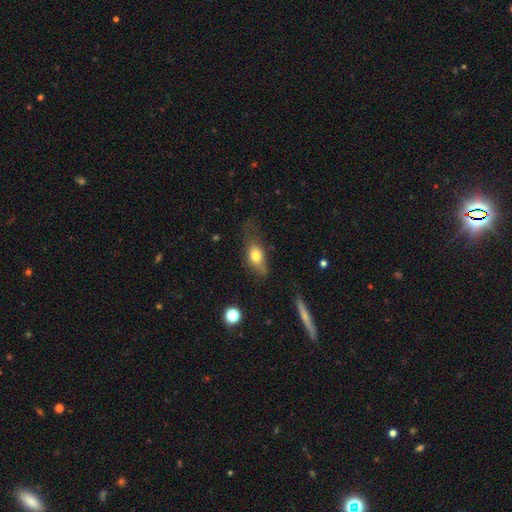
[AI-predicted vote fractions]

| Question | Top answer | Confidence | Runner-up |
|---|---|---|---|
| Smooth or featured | smooth | 72% | featured or disk (19%) |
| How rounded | in between | 76% | round (12%) |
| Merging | none | 46% | minor disturbance (32%) |